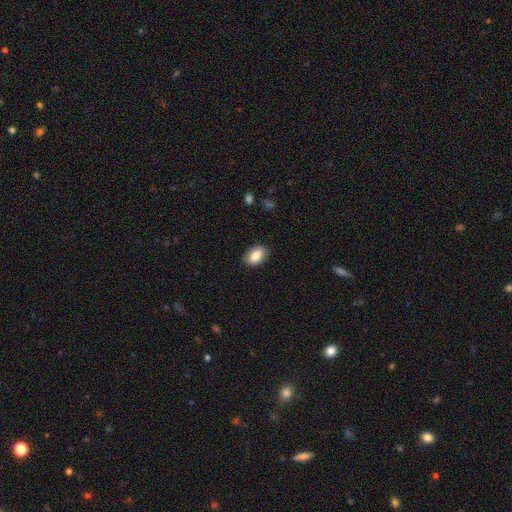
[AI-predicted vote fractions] Smooth or featured? smooth (83%)
How rounded? in between (88%)
Merging? none (87%)